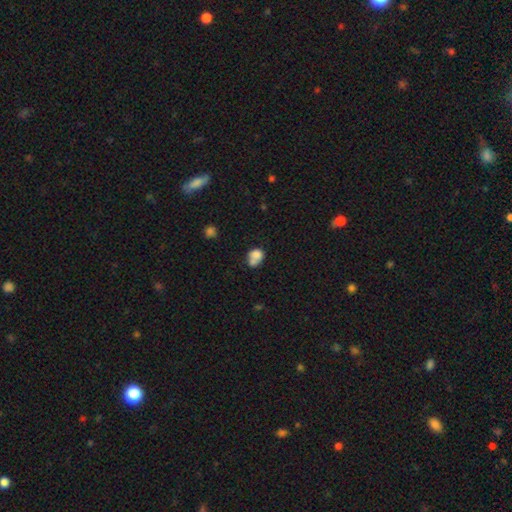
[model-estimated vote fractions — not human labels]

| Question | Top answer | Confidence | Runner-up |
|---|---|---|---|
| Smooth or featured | smooth | 75% | featured or disk (15%) |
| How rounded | in between | 55% | round (44%) |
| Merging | merger | 47% | none (28%) |